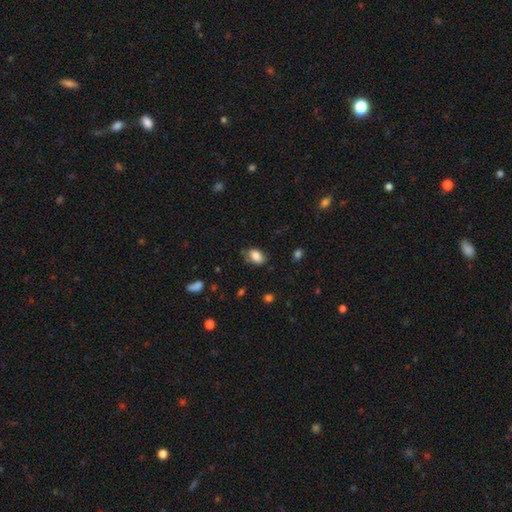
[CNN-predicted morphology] smooth_or_featured: smooth (p=0.82) [alt: featured or disk p=0.10]
how_rounded: in between (p=0.89) [alt: round p=0.09]
merging: none (p=0.67) [alt: minor disturbance p=0.25]